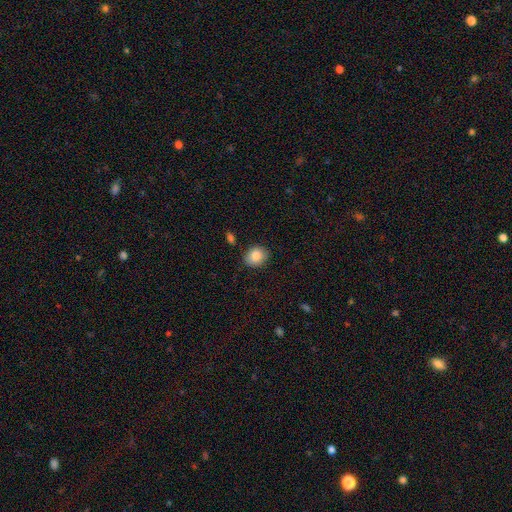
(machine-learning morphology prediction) A smooth galaxy with no disk features (85%) that is round (60%). Merging: none (86%).